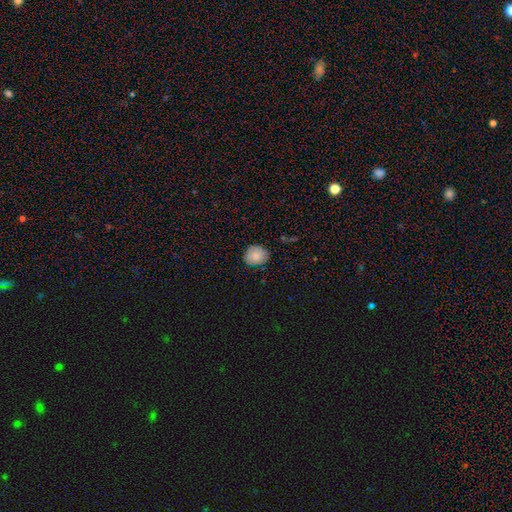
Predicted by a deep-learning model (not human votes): Overall: smooth (85%). How rounded: round (77%). Merging: none (83%).